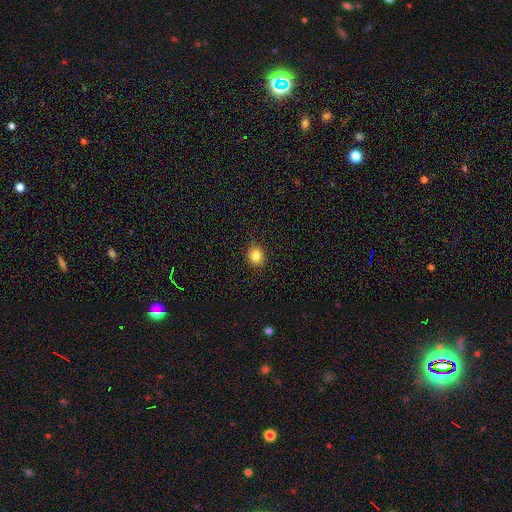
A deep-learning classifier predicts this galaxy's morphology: Smooth or featured? Predicted: smooth (p=0.83). How rounded? Predicted: round (p=0.75). Merging? Predicted: none (p=0.89).